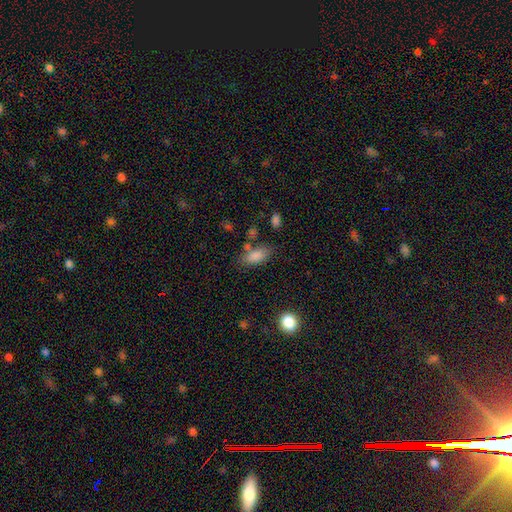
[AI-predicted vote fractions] The model was most divided on "merging": none: 69%, minor disturbance: 16%, merger: 10%, major disturbance: 5%. More confident: how rounded — in between (86%); smooth or featured — smooth (84%).